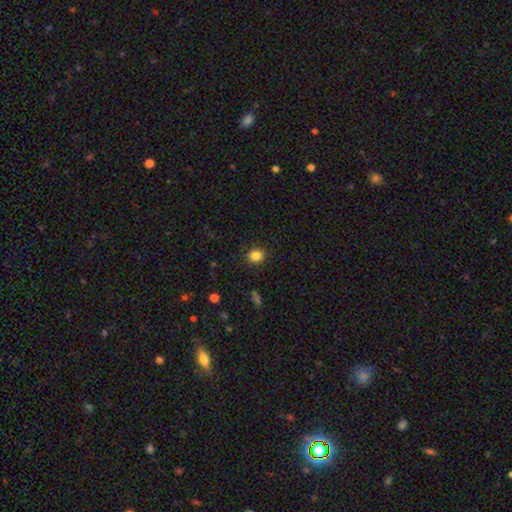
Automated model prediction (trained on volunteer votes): A smooth galaxy with no disk features (84%) that is round (77%).

Vote fractions:
- Smooth or featured? smooth: 84% / star or artifact: 11% / featured or disk: 5%
- How rounded? round: 77% / in between: 22% / cigar-shaped: 1%
- Merging? none: 89% / minor disturbance: 7% / major disturbance: 2% / merger: 1%